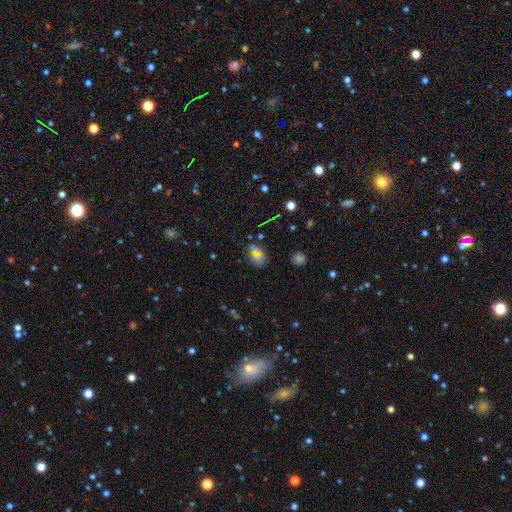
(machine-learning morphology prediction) Smooth or featured?
  - smooth: 46% *
  - star or artifact: 45%
  - featured or disk: 10%
Merging?
  - none: 76% *
  - minor disturbance: 12%
  - merger: 6%
  - major disturbance: 6%